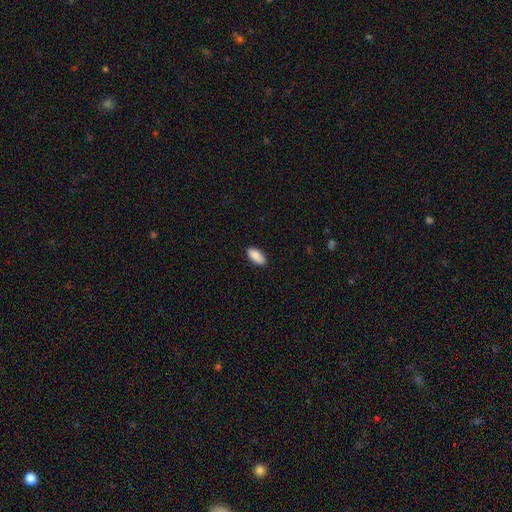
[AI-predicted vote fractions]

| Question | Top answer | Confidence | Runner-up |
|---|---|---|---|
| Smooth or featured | smooth | 89% | star or artifact (6%) |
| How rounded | in between | 91% | cigar-shaped (7%) |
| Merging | none | 87% | minor disturbance (10%) |